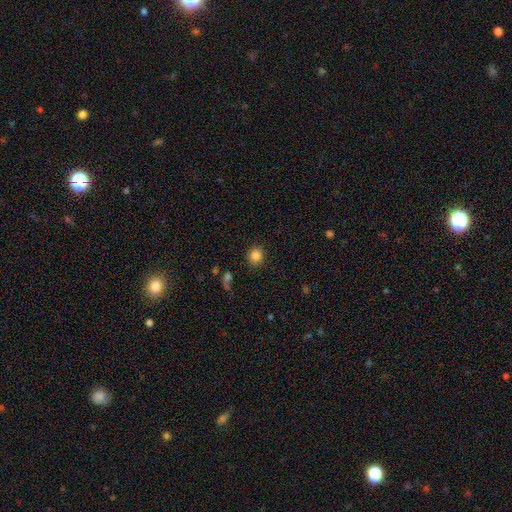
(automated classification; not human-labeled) smooth_or_featured: smooth (p=0.85) [alt: star or artifact p=0.11]
how_rounded: round (p=0.87) [alt: in between p=0.12]
merging: none (p=0.88) [alt: minor disturbance p=0.07]